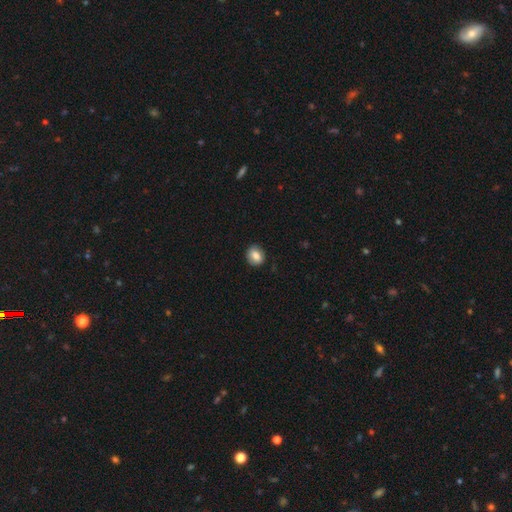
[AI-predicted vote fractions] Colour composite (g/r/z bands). It shows a smooth galaxy with no disk features (79%) that is round (62%). Merging: none (86%).